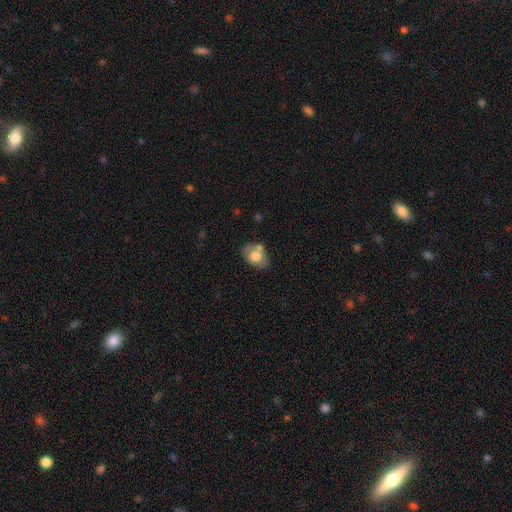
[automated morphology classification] type=smooth (68%); roundness=in between (77%); merging=none (52%).